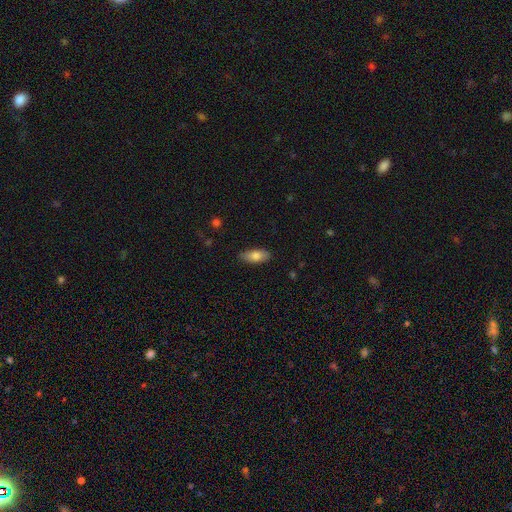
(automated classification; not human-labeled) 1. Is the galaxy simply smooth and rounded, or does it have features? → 79% smooth, 15% featured or disk, 7% star or artifact.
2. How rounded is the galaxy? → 82% in between, 16% cigar-shaped, 2% round.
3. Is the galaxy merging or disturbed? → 86% none, 11% minor disturbance, 2% major disturbance, 1% merger.